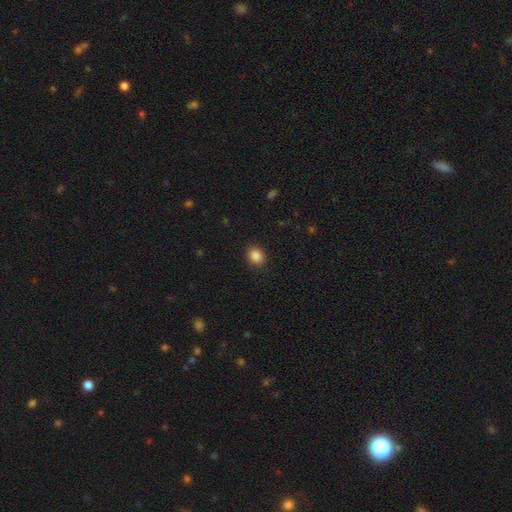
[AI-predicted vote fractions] This is clearly a smooth galaxy (87%). How rounded: possibly round (52%). Merging: clearly none (88%).